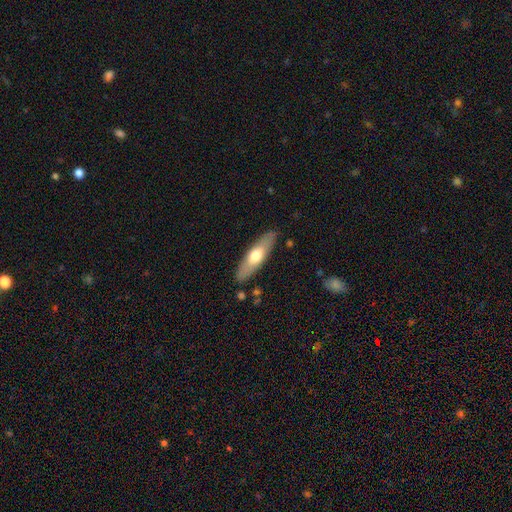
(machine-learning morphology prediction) A smooth galaxy with no disk features (57%) that is cigar-shaped (59%). Merging: none (87%).